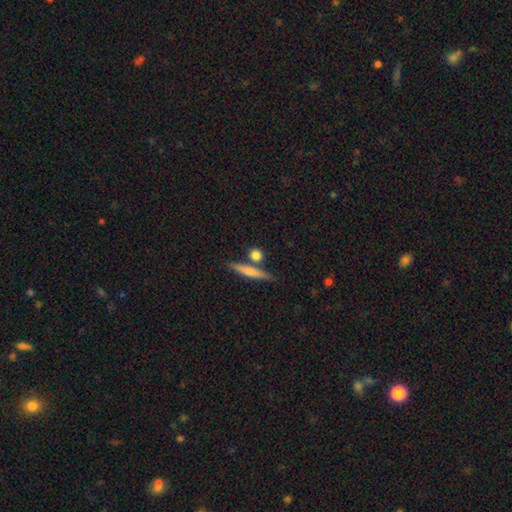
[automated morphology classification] The model was most divided on "how rounded": round: 56%, cigar-shaped: 28%, in between: 16%. More confident: smooth or featured — smooth (75%); merging — none (69%).